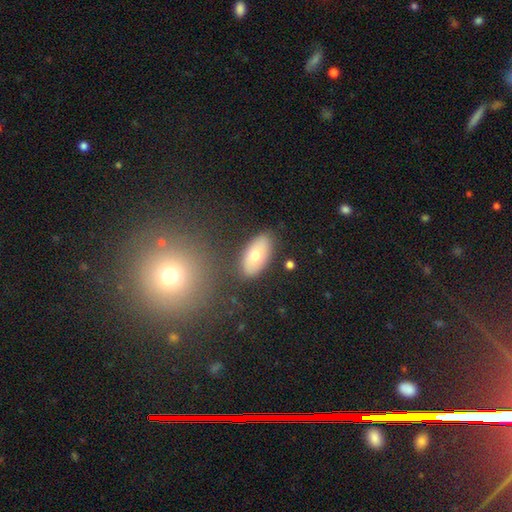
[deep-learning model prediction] Smooth or featured? smooth (67%)
How rounded? in between (92%)
Merging? none (82%)